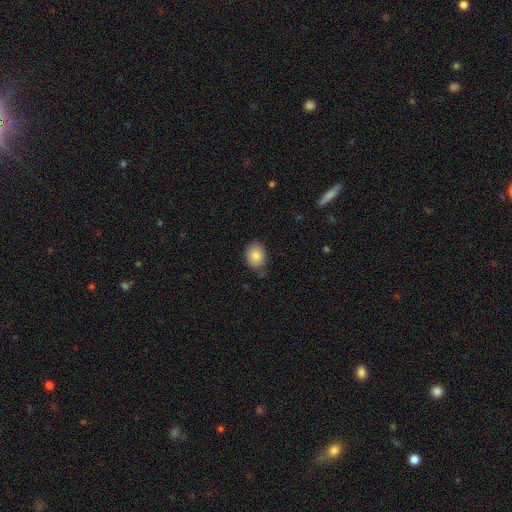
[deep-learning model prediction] Morphology: type=smooth (84%); roundness=round (52%); merging=none (77%).